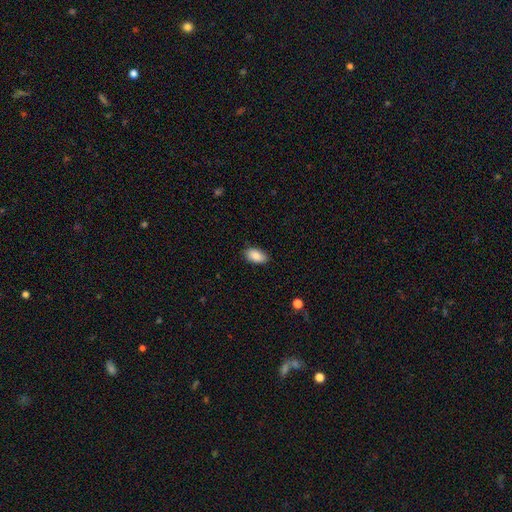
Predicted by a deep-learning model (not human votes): Smooth or featured: smooth — 87% (star or artifact — 7%)
How rounded: in between — 93% (round — 5%)
Merging: none — 84% (minor disturbance — 12%)